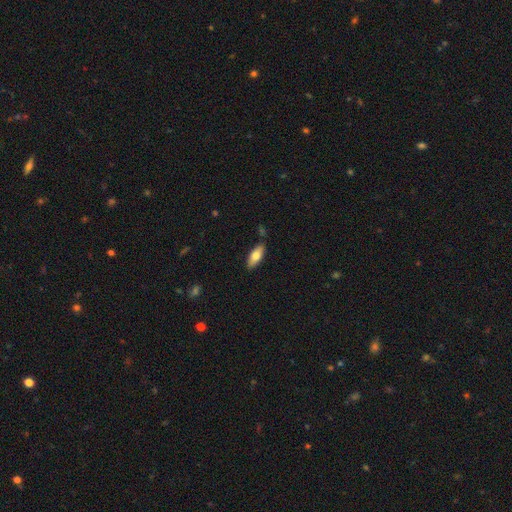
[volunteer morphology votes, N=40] This appears to be a smooth galaxy with no disk features (72%) that is in between round and cigar-shaped (69%). Merging: none (84%).